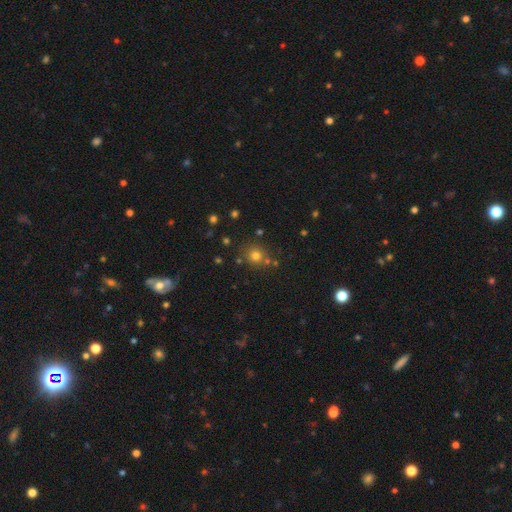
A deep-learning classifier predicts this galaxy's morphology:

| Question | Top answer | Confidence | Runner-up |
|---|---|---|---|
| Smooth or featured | smooth | 74% | star or artifact (19%) |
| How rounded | round | 88% | in between (11%) |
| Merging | none | 79% | minor disturbance (9%) |